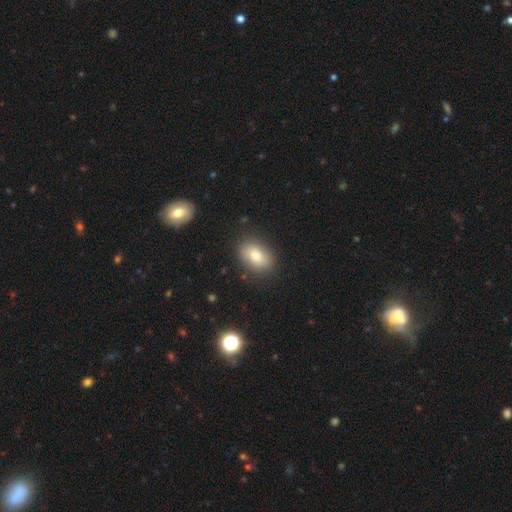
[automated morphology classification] The model was most divided on "how rounded": in between: 82%, round: 17%, cigar-shaped: 1%. More confident: merging — none (84%); smooth or featured — smooth (79%).